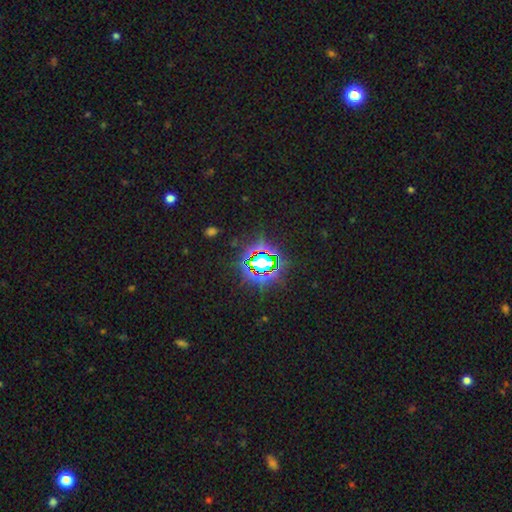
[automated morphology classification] Smooth or featured? star or artifact (80%)